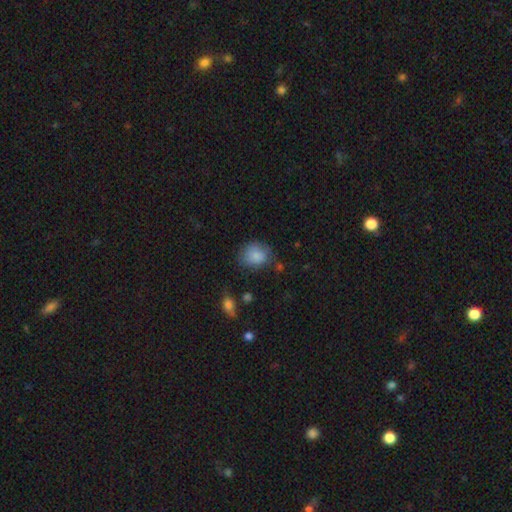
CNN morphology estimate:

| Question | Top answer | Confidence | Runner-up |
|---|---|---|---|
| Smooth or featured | smooth | 83% | star or artifact (9%) |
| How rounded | round | 60% | in between (39%) |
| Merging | none | 64% | minor disturbance (25%) |